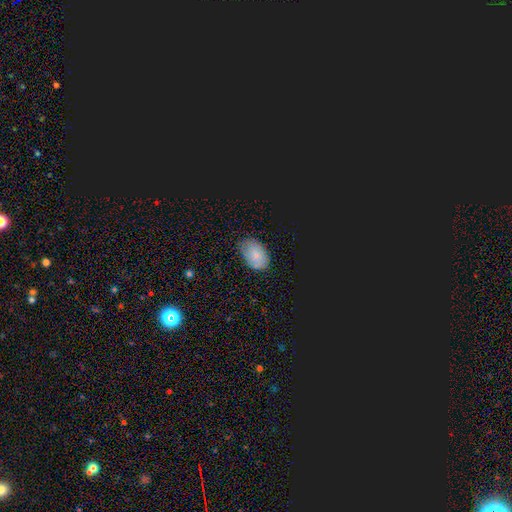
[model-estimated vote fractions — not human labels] smooth_or_featured: smooth (p=0.72) [alt: featured or disk p=0.14]
how_rounded: in between (p=0.88) [alt: round p=0.11]
merging: none (p=0.74) [alt: minor disturbance p=0.20]